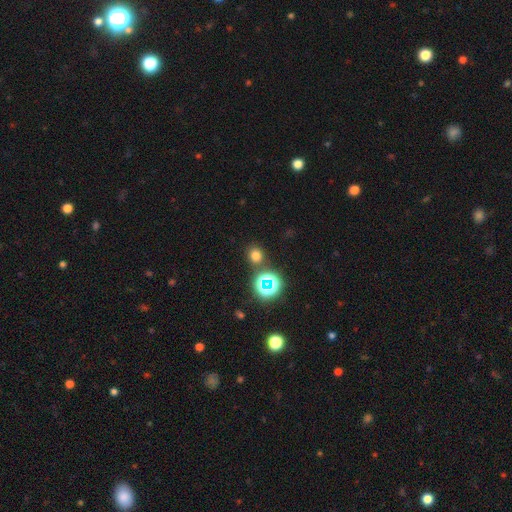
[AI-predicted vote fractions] Smooth or featured: smooth — 68% (star or artifact — 26%)
How rounded: round — 83% (in between — 16%)
Merging: none — 83% (minor disturbance — 8%)